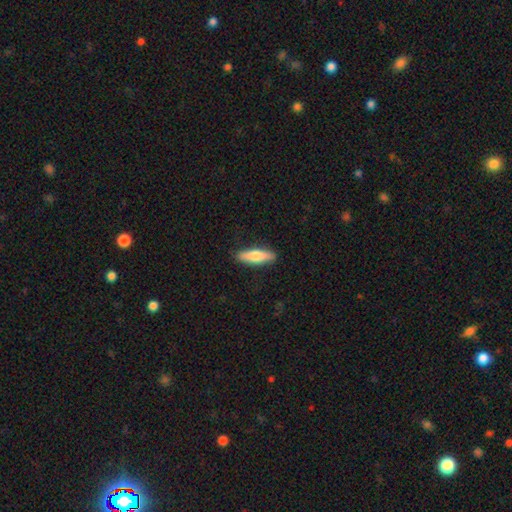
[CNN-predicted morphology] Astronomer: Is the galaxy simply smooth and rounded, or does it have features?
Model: smooth — 69%.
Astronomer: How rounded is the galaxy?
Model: cigar-shaped — 63%.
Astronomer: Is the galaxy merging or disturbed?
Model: none — 88%.